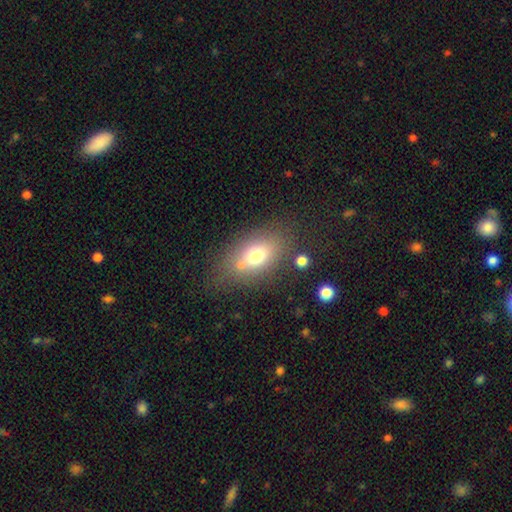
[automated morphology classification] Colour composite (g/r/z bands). It shows a smooth galaxy with no disk features (71%) that is in between round and cigar-shaped (78%). Merging: none (63%).